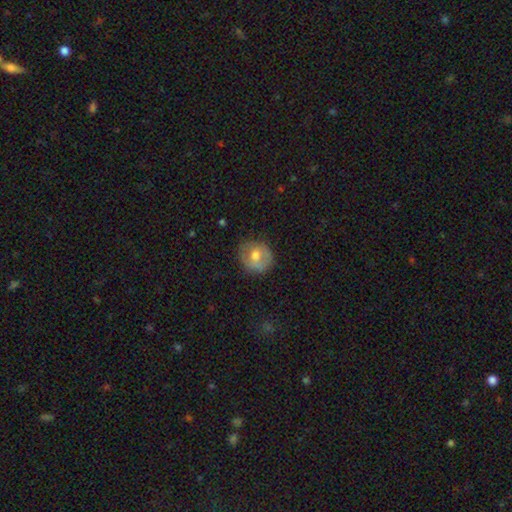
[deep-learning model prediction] Smooth or featured? Predicted: smooth (p=0.58). How rounded? Predicted: round (p=0.83). Merging? Predicted: none (p=0.78).